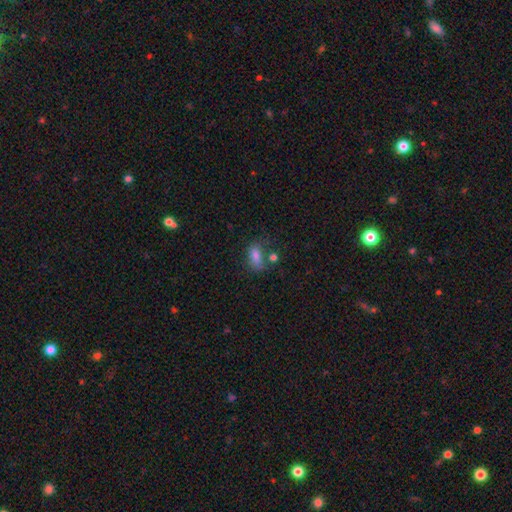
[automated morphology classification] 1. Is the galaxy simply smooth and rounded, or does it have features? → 77% smooth, 12% star or artifact, 11% featured or disk.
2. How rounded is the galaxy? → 83% in between, 9% round, 7% cigar-shaped.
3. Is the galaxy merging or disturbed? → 50% none, 22% minor disturbance, 16% merger, 12% major disturbance.